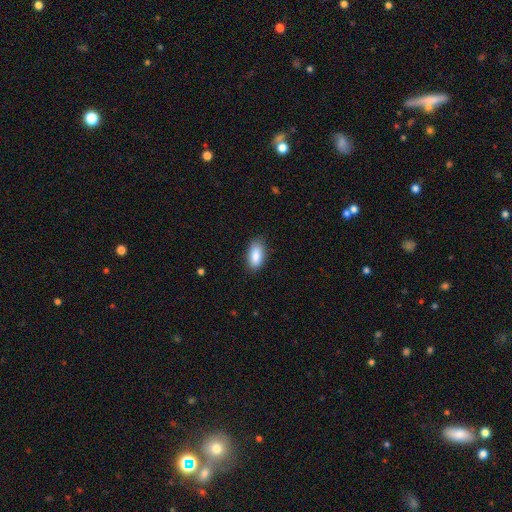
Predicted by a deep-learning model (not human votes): This is clearly a smooth galaxy (88%). How rounded: clearly in between (92%). Merging: clearly none (84%).